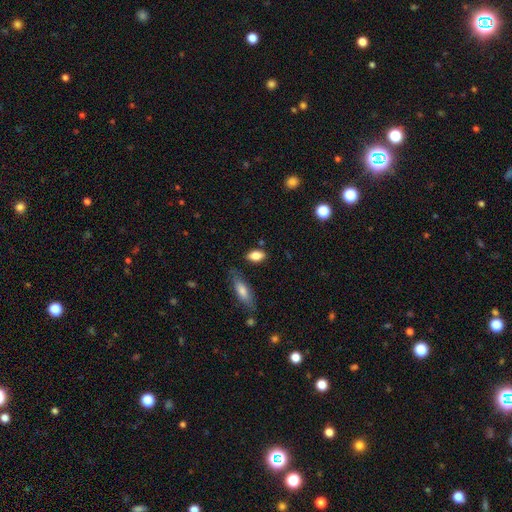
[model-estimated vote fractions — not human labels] The model was most divided on "merging": none: 77%, minor disturbance: 15%, merger: 4%, major disturbance: 4%. More confident: how rounded — in between (87%); smooth or featured — smooth (84%).